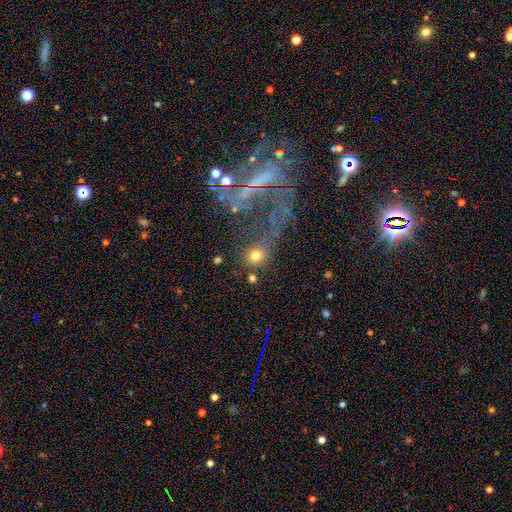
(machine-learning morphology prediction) Overall: smooth (70%). How rounded: round (83%). Merging: none (60%).